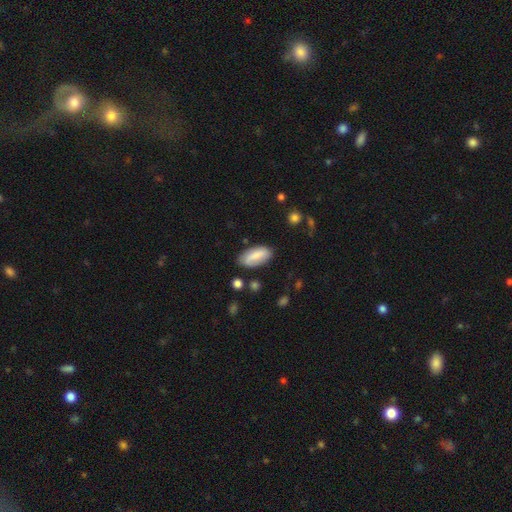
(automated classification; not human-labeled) Morphology: type=smooth (75%); roundness=in between (88%); merging=none (77%).